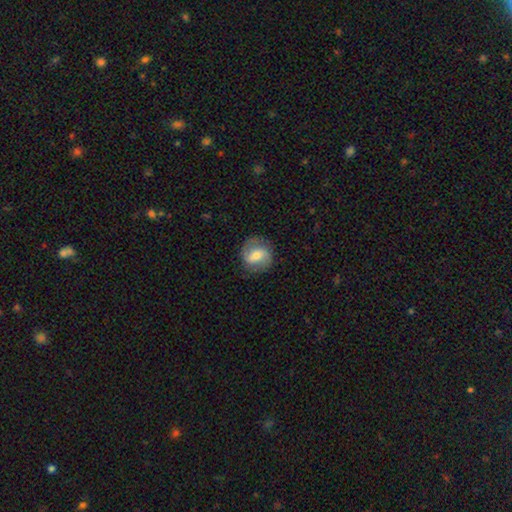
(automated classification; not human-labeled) The model was most divided on "bar": weak: 44%, strong: 32%, no: 24%. More confident: edge-on disk — no (96%); merging — none (81%); spiral arms — yes (80%); bulge size — moderate (58%); smooth or featured — featured or disk (57%).